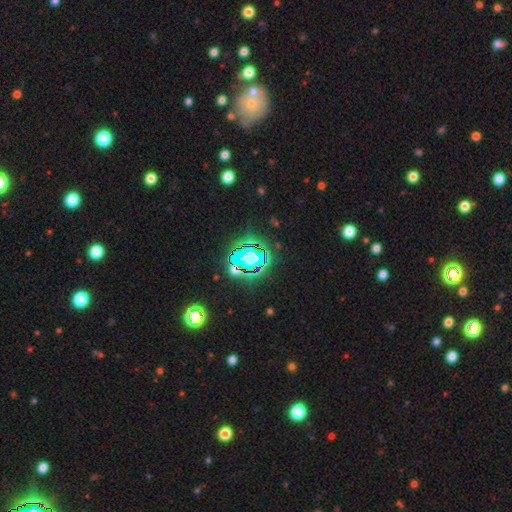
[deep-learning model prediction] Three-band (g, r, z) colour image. It shows a star or artifact, not a galaxy (82%).